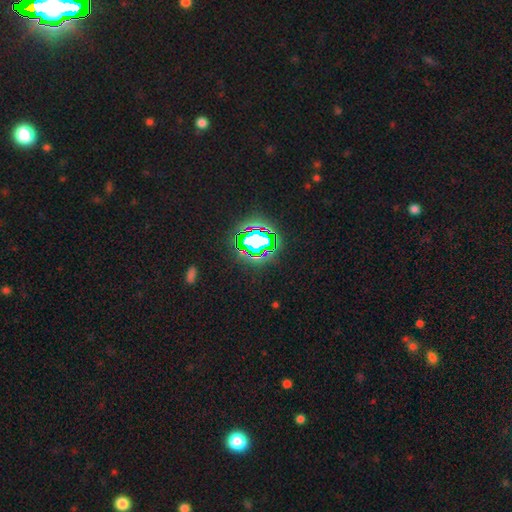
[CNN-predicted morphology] This is clearly a star or artifact rather than a galaxy (82%).